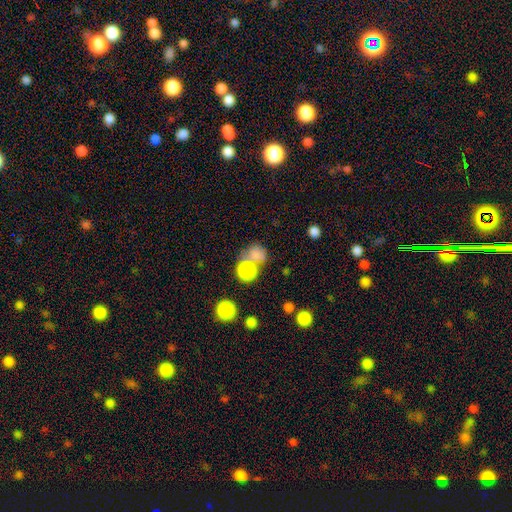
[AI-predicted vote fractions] Smooth or featured? Predicted: smooth (p=0.72). How rounded? Predicted: round (p=0.72). Merging? Predicted: none (p=0.45).